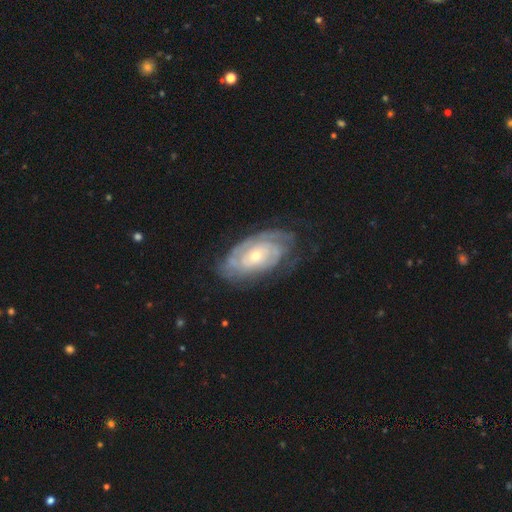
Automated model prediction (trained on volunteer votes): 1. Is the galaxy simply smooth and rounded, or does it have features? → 83% featured or disk, 12% smooth, 5% star or artifact.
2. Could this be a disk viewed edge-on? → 94% no, 6% yes.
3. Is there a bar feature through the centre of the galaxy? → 72% no, 22% weak, 6% strong.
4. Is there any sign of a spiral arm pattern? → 91% yes, 9% no.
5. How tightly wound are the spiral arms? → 75% tight, 19% medium, 5% loose.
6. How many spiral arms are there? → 46% can't tell, 24% 2, 12% 3, 7% 4, 5% 1, 5% more than 4.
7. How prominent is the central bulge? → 57% small, 39% moderate, 2% large, 1% none, 1% dominant.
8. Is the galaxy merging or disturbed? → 69% none, 21% minor disturbance, 9% major disturbance, 1% merger.